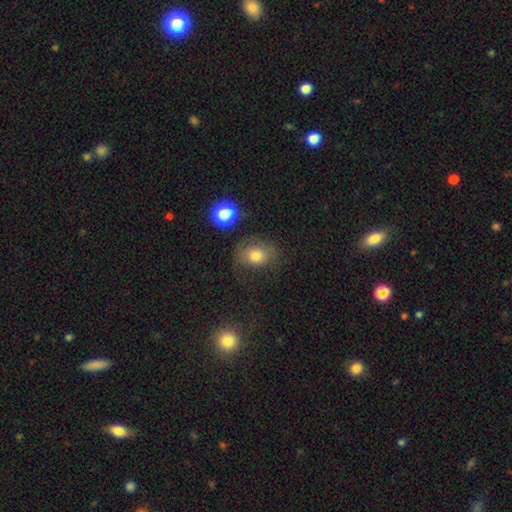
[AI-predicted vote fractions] The model was most divided on "how rounded": round: 53%, in between: 46%, cigar-shaped: 1%. More confident: smooth or featured — smooth (74%); merging — none (63%).